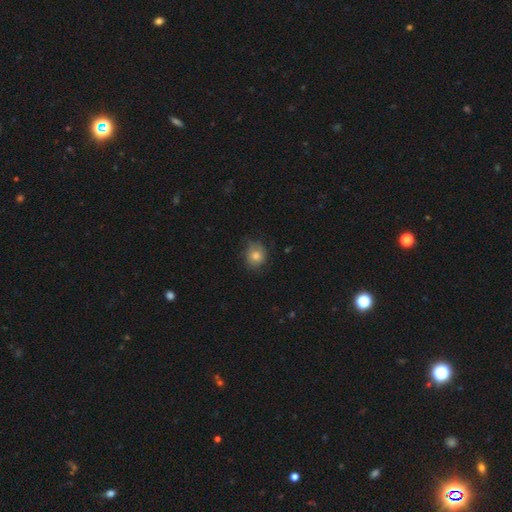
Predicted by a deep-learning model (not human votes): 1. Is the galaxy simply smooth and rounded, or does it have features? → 77% smooth, 12% featured or disk, 10% star or artifact.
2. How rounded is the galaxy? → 79% round, 20% in between, 1% cigar-shaped.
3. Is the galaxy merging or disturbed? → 71% none, 23% minor disturbance, 5% major disturbance, 1% merger.